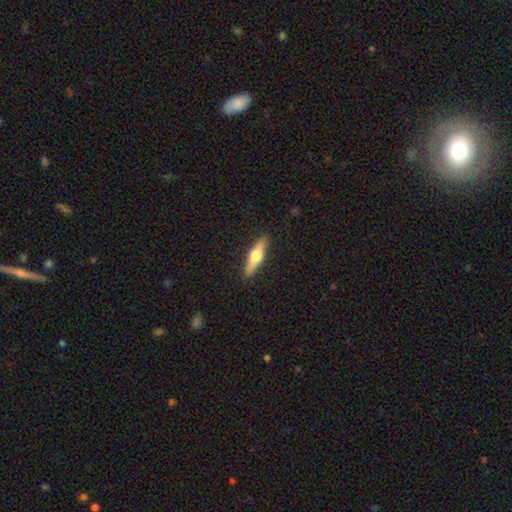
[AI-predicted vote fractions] featured or disk 53%, smooth 41%, star or artifact 6%. Down the decision tree: edge-on disk — yes (95%); edge-on bulge — rounded (94%); merging — none (91%).